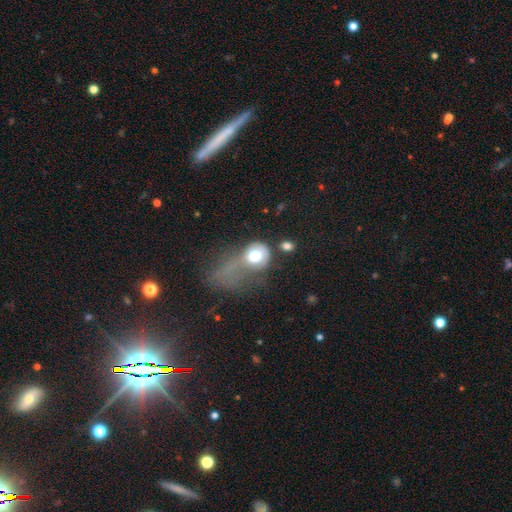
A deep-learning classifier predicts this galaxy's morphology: smooth 67%, featured or disk 23%, star or artifact 10%. Down the decision tree: how rounded — round (65%); merging — major disturbance (59%).